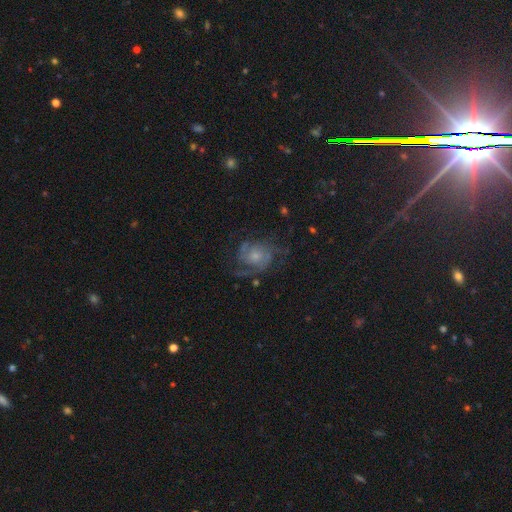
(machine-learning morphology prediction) Smooth or featured?
  - featured or disk: 75% *
  - smooth: 16%
  - star or artifact: 9%
Edge-on disk?
  - no: 98% *
  - yes: 2%
Bar?
  - no: 76% *
  - weak: 21%
  - strong: 3%
Spiral arms?
  - yes: 90% *
  - no: 10%
Spiral winding?
  - medium: 45% *
  - tight: 35%
  - loose: 21%
Spiral arm count?
  - 2: 31% *
  - can't tell: 26%
  - 3: 24%
  - 4: 7%
  - 1: 7%
  - more than 4: 5%
Bulge size?
  - small: 56% *
  - moderate: 32%
  - none: 6%
  - large: 4%
  - dominant: 1%
Merging?
  - none: 56% *
  - major disturbance: 21%
  - minor disturbance: 20%
  - merger: 2%